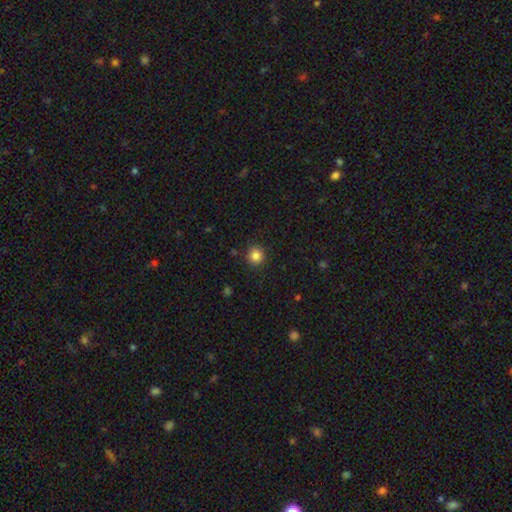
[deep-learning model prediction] Smooth or featured? smooth (85%)
How rounded? round (93%)
Merging? none (90%)